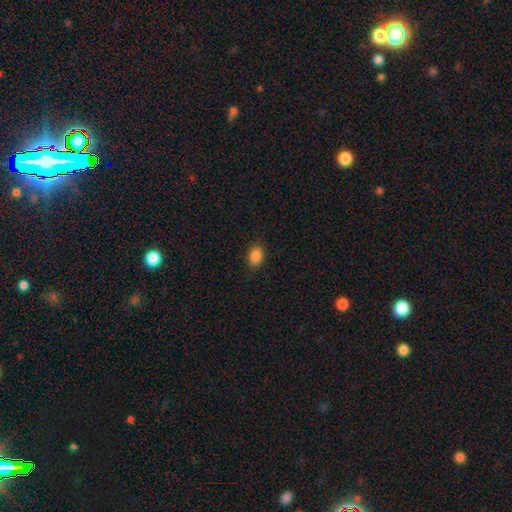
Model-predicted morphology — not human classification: Overall: smooth (88%). How rounded: in between (85%). Merging: none (88%).